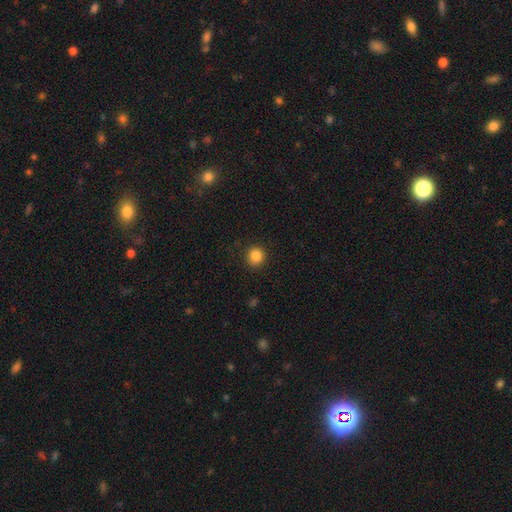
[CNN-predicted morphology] A smooth galaxy with no disk features (85%) that is round (90%).

Vote fractions:
- Smooth or featured? smooth: 85% / star or artifact: 11% / featured or disk: 4%
- How rounded? round: 90% / in between: 9% / cigar-shaped: 1%
- Merging? none: 90% / minor disturbance: 7% / major disturbance: 2% / merger: 1%